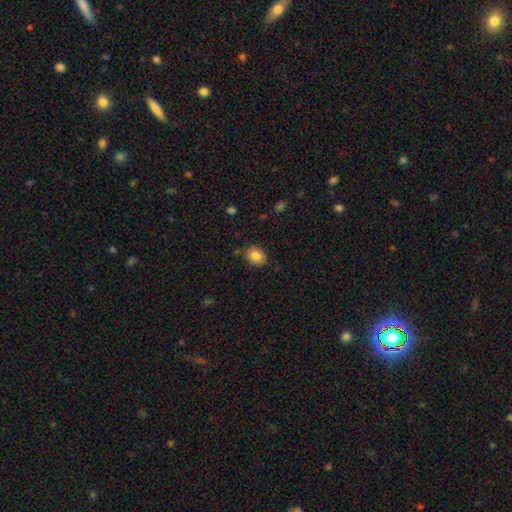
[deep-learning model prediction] Overall: smooth (85%). How rounded: in between (50%; round 49%). Merging: none (83%).